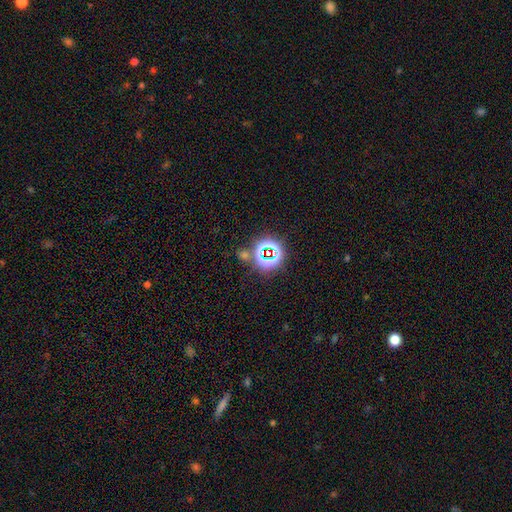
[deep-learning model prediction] Q: Smooth or featured?
A: star or artifact (76%); runner-up: smooth (15%)